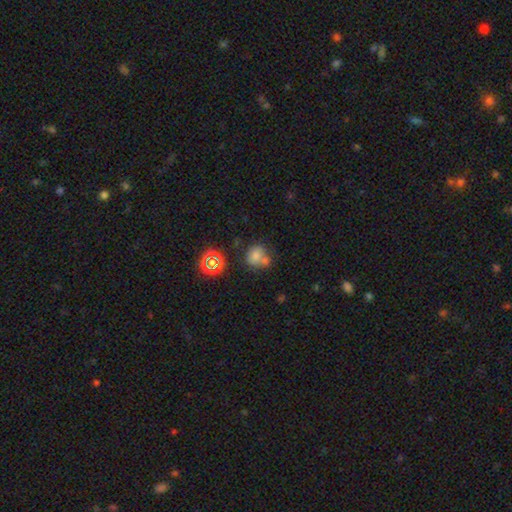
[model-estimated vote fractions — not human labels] smooth_or_featured: smooth (p=0.69) [alt: star or artifact p=0.18]
how_rounded: round (p=0.76) [alt: in between p=0.23]
merging: none (p=0.48) [alt: merger p=0.34]